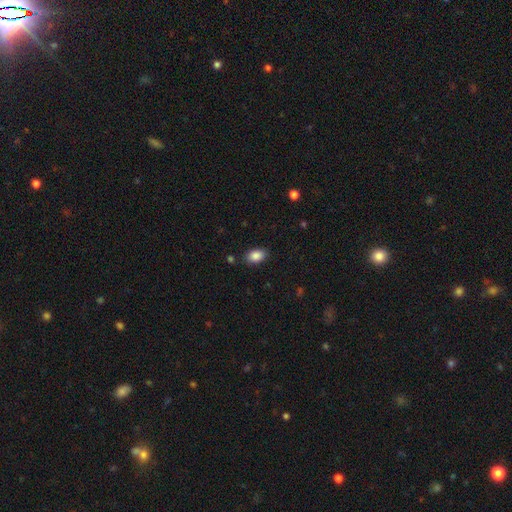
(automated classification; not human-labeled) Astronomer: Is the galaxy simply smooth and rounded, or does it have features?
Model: smooth — 87%.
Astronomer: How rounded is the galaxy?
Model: in between — 89%.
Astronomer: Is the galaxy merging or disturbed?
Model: none — 86%.